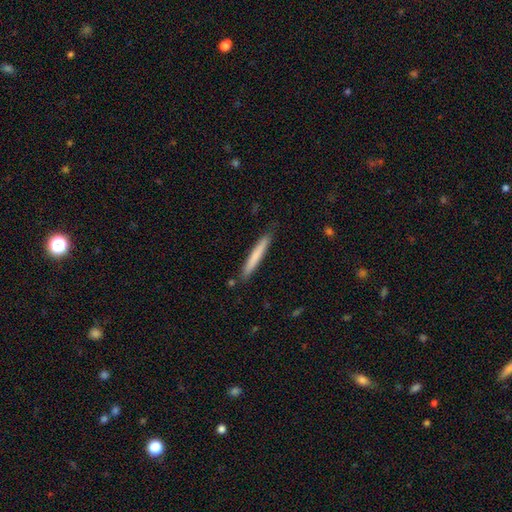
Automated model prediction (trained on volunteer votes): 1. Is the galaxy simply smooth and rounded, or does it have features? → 72% smooth, 23% featured or disk, 5% star or artifact.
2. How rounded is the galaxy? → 96% cigar-shaped, 3% in between, 1% round.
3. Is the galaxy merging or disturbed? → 86% none, 11% minor disturbance, 2% merger, 2% major disturbance.